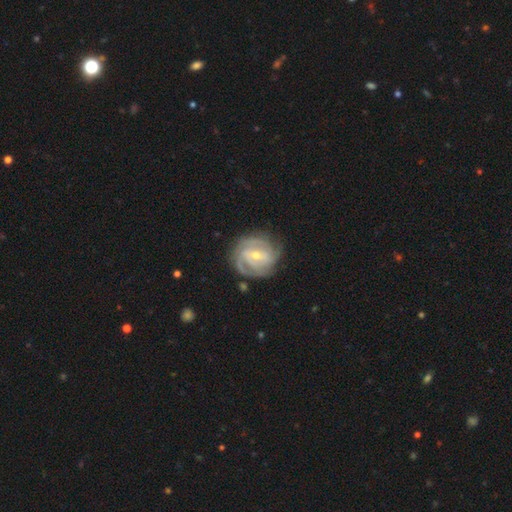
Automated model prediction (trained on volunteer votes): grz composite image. It shows a featured or disk galaxy (87%) with a weak bar (51%), 3 (35%) tight (66%) spiral arms (96%) and a moderate central bulge (49%). Merging: none (76%).